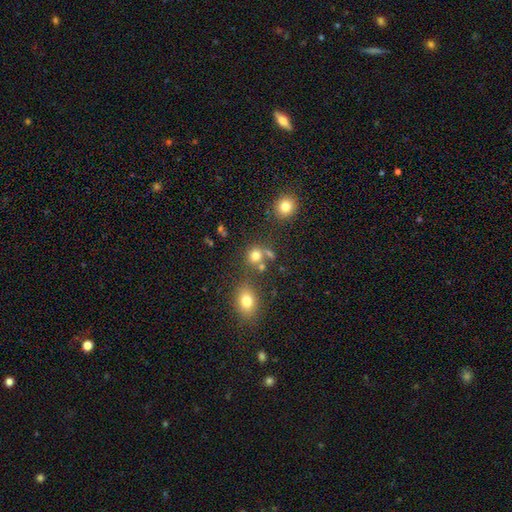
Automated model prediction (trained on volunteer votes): smooth-or-featured: smooth: 76% | star or artifact: 16% | featured or disk: 8%
  how-rounded: round: 82% | in between: 17% | cigar-shaped: 1%
  merging: none: 60% | merger: 23% | minor disturbance: 11% | major disturbance: 5%